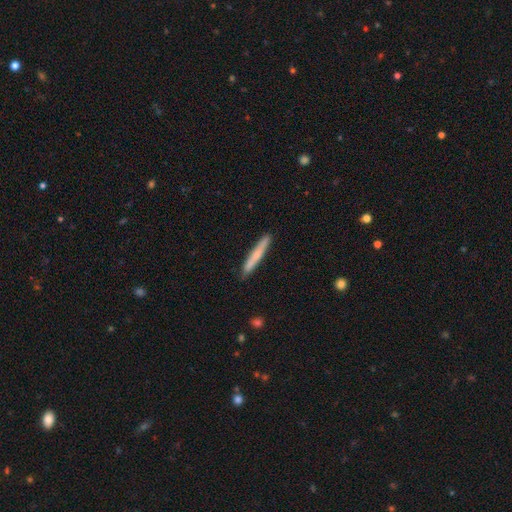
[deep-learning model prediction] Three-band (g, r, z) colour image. It shows a smooth galaxy with no disk features (63%) that is cigar-shaped (96%). Merging: none (89%).